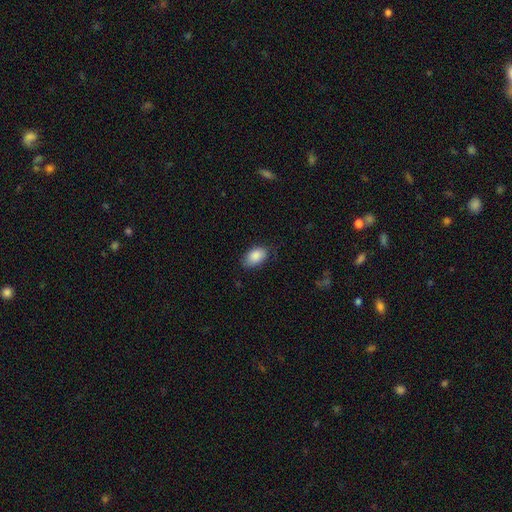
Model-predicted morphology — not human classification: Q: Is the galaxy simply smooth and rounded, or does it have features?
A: smooth — 87%.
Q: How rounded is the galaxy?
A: in between — 92%.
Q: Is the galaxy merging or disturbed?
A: none — 76%.